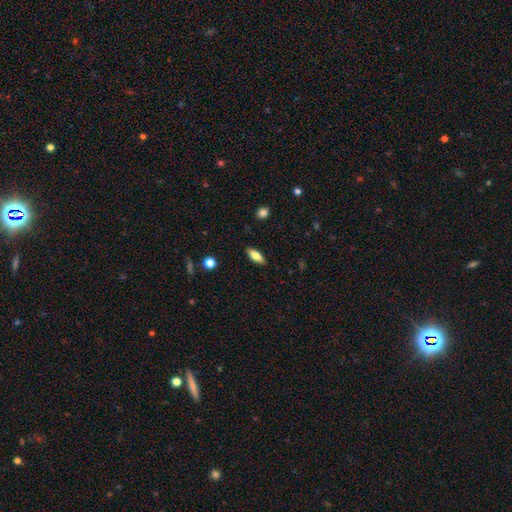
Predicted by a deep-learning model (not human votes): This appears to be a smooth galaxy with no disk features (71%) that is in between round and cigar-shaped (68%). Merging: none (88%).